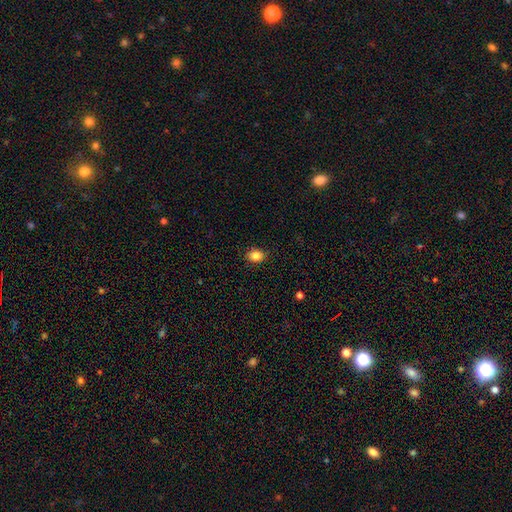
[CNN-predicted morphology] Q: Smooth or featured?
A: smooth (85%); runner-up: star or artifact (10%)
Q: How rounded?
A: in between (55%); runner-up: round (44%)
Q: Merging?
A: none (89%); runner-up: minor disturbance (8%)